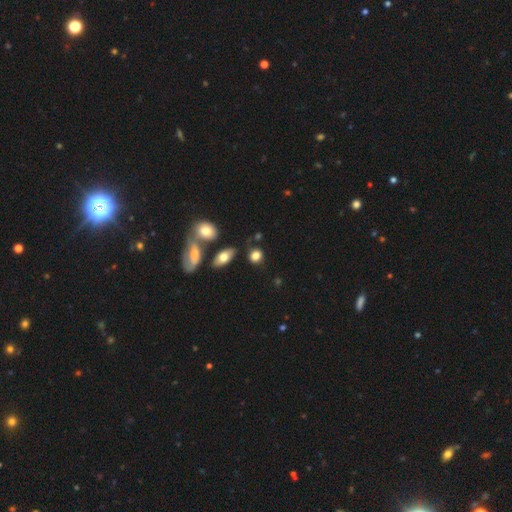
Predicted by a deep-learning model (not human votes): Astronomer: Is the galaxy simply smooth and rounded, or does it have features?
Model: smooth — 81%.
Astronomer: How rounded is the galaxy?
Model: round — 52% (runner-up: in between, 45%).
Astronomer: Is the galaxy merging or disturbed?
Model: none — 71%.